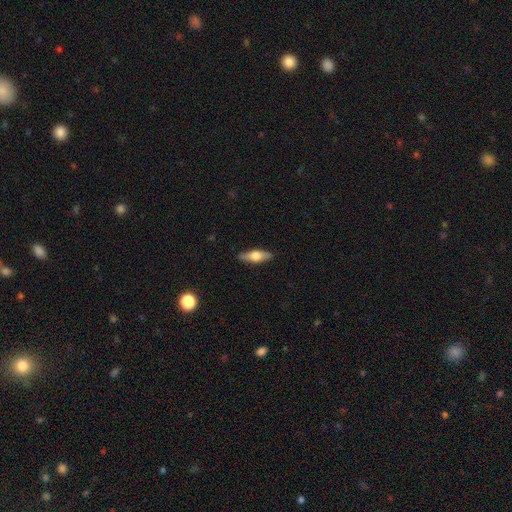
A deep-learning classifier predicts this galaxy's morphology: This is possibly a smooth galaxy (52%). How rounded: possibly in between (53%). Merging: clearly none (88%).